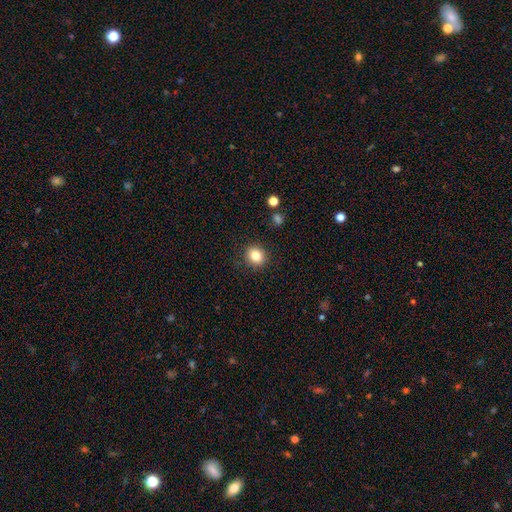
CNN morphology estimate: This is clearly a smooth galaxy (83%). How rounded: likely round (72%). Merging: clearly none (89%).